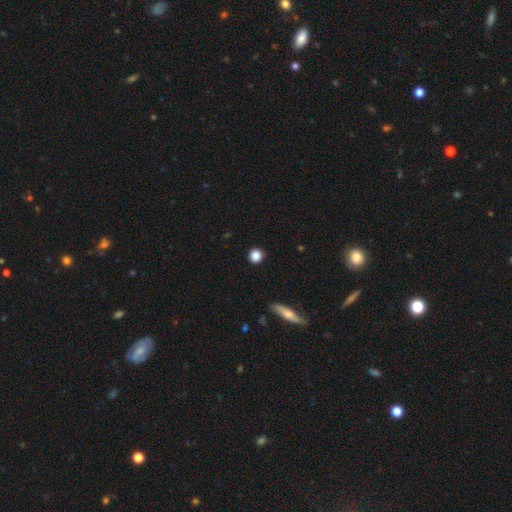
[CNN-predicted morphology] smooth-or-featured: smooth: 86% | star or artifact: 10% | featured or disk: 4%
  how-rounded: round: 93% | in between: 6% | cigar-shaped: 1%
  merging: none: 92% | minor disturbance: 5% | major disturbance: 2% | merger: 1%